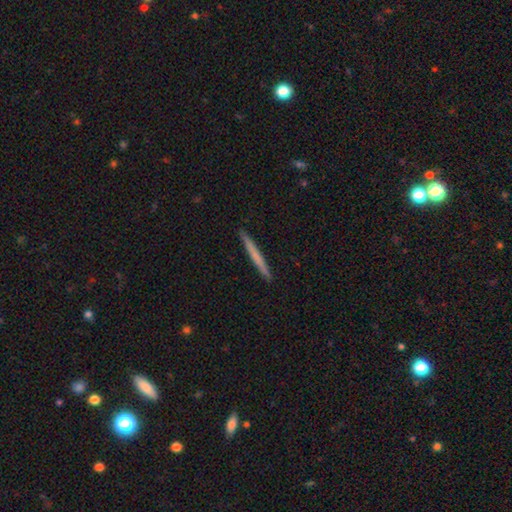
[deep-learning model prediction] A smooth galaxy with no disk features (63%) that is cigar-shaped (97%).

Vote fractions:
- Smooth or featured? smooth: 63% / featured or disk: 32% / star or artifact: 5%
- How rounded? cigar-shaped: 97% / in between: 2% / round: 1%
- Merging? none: 93% / minor disturbance: 5% / major disturbance: 1% / merger: 1%